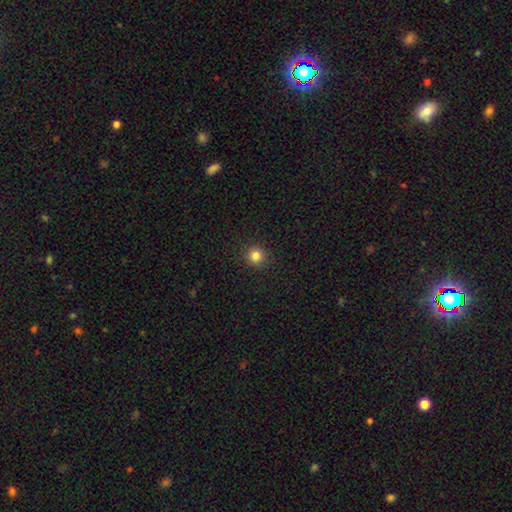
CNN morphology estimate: The model was most divided on "smooth or featured": smooth: 83%, star or artifact: 12%, featured or disk: 5%. More confident: how rounded — round (95%); merging — none (92%).